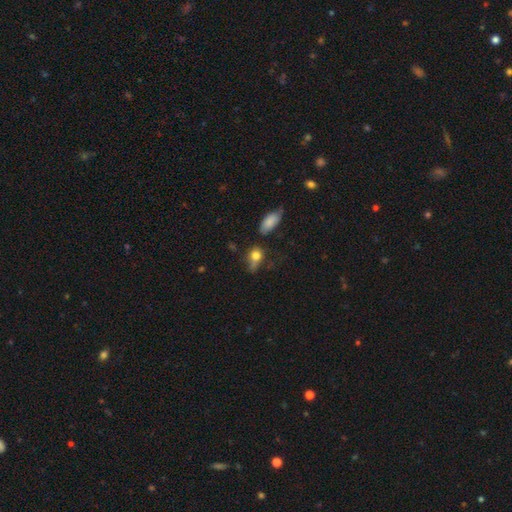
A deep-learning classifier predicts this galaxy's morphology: smooth-or-featured: smooth: 75% | featured or disk: 14% | star or artifact: 11%
  how-rounded: in between: 55% | round: 40% | cigar-shaped: 5%
  merging: none: 41% | minor disturbance: 31% | major disturbance: 18% | merger: 10%